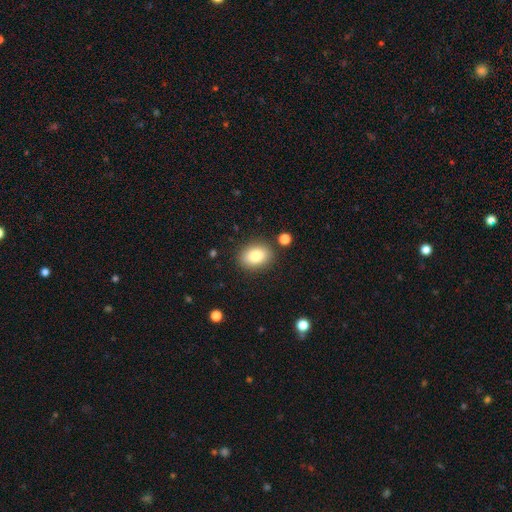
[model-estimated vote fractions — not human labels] smooth-or-featured: smooth: 83% | featured or disk: 9% | star or artifact: 8%
  how-rounded: in between: 75% | round: 24% | cigar-shaped: 1%
  merging: none: 85% | minor disturbance: 10% | major disturbance: 3% | merger: 3%